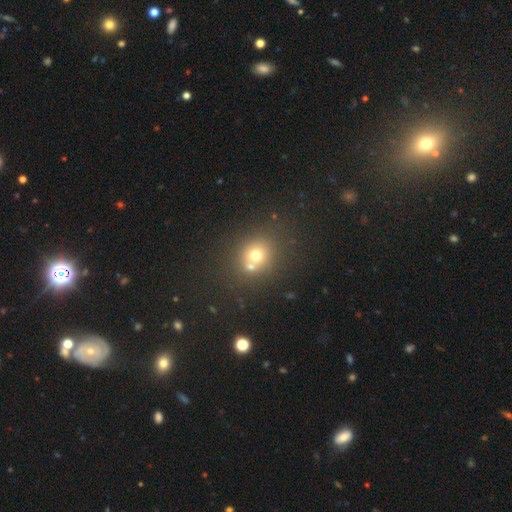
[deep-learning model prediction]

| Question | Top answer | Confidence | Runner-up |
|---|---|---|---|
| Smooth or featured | smooth | 68% | star or artifact (18%) |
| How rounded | round | 79% | in between (20%) |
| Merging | none | 57% | merger (31%) |